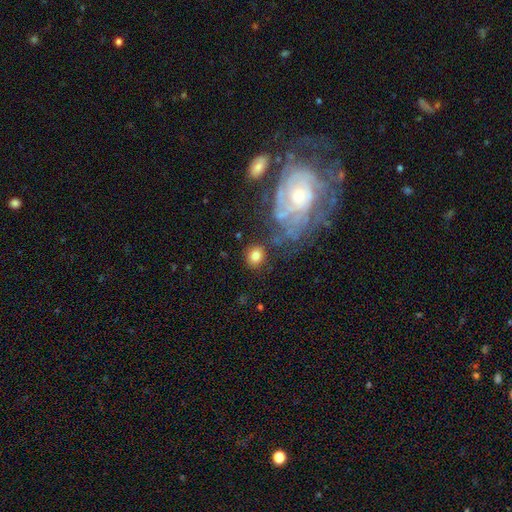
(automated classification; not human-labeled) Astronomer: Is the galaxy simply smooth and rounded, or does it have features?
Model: smooth — 77%.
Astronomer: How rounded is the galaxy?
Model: round — 70%.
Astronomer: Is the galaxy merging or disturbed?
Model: none — 78%.